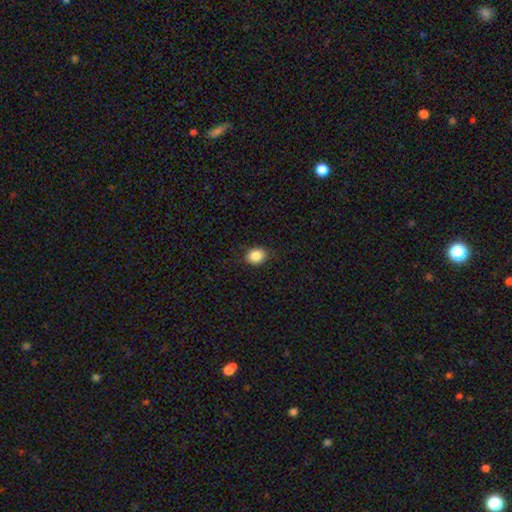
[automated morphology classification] Q: Smooth or featured?
A: smooth (86%); runner-up: star or artifact (9%)
Q: How rounded?
A: round (51%); runner-up: in between (48%)
Q: Merging?
A: none (87%); runner-up: minor disturbance (10%)